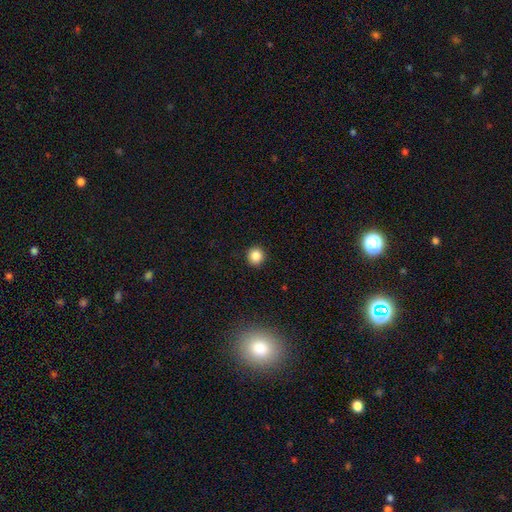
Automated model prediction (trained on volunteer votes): smooth-or-featured: smooth: 85% | star or artifact: 11% | featured or disk: 4%
  how-rounded: round: 93% | in between: 6% | cigar-shaped: 1%
  merging: none: 92% | minor disturbance: 5% | major disturbance: 2% | merger: 1%